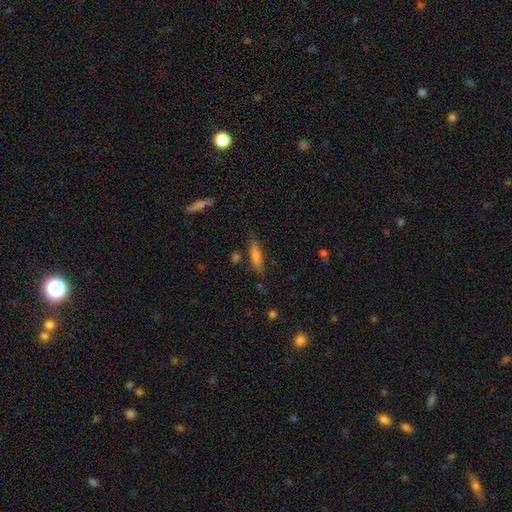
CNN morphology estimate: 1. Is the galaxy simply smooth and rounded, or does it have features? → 63% smooth, 28% featured or disk, 9% star or artifact.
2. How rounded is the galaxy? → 76% cigar-shaped, 22% in between, 2% round.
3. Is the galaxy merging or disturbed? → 80% none, 14% minor disturbance, 3% merger, 3% major disturbance.